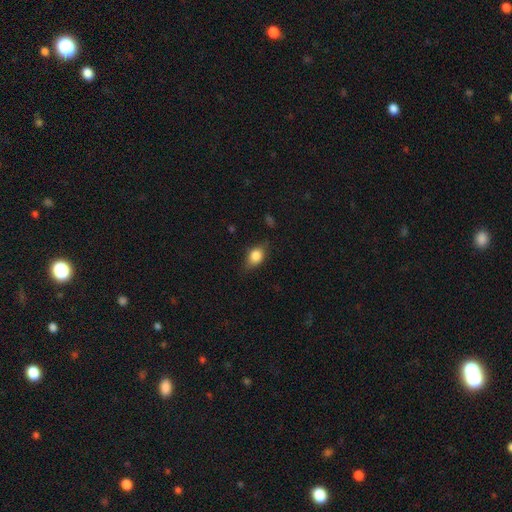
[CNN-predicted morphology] smooth 78%, featured or disk 14%, star or artifact 8%. Down the decision tree: how rounded — in between (72%); merging — none (69%).